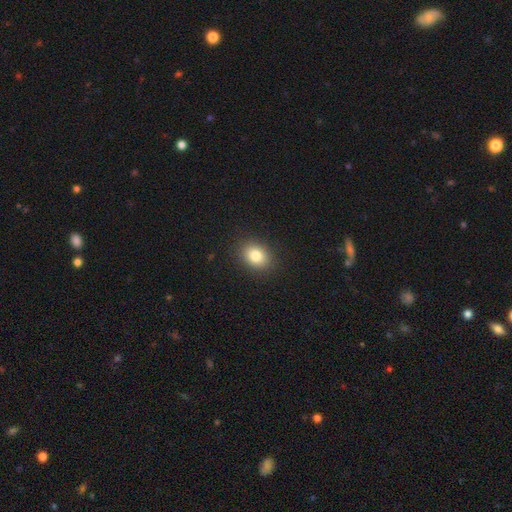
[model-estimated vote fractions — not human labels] A smooth galaxy with no disk features (83%) that is in between round and cigar-shaped (57%).

Vote fractions:
- Smooth or featured? smooth: 83% / star or artifact: 10% / featured or disk: 7%
- How rounded? in between: 57% / round: 42% / cigar-shaped: 1%
- Merging? none: 89% / minor disturbance: 8% / major disturbance: 2% / merger: 1%